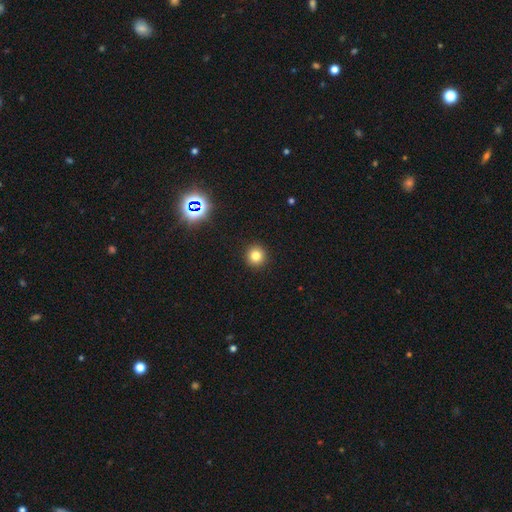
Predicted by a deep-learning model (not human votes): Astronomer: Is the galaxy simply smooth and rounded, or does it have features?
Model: smooth — 80%.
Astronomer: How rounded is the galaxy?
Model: round — 94%.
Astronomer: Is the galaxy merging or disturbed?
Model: none — 93%.